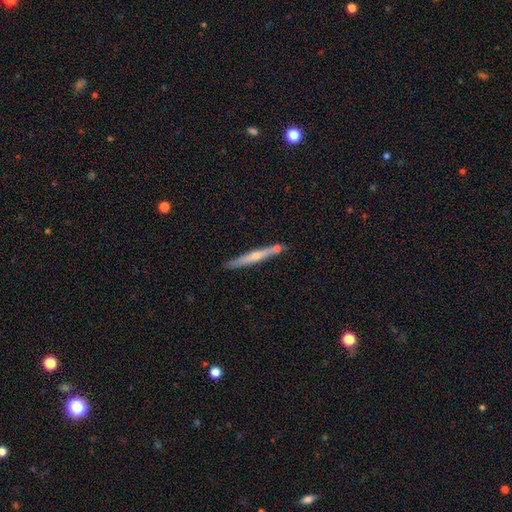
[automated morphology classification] smooth-or-featured: featured or disk: 68% | smooth: 26% | star or artifact: 6%
  disk-edge-on: yes: 96% | no: 4%
    edge-on-bulge: rounded: 74% | none: 23% | boxy: 3%
  merging: none: 84% | minor disturbance: 9% | merger: 5% | major disturbance: 2%